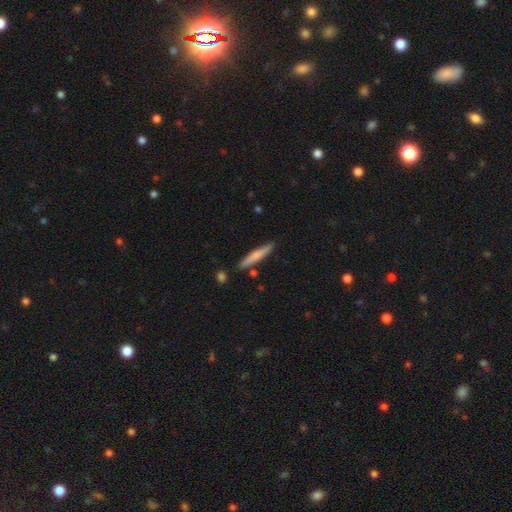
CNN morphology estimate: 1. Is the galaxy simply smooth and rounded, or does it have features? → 65% smooth, 30% featured or disk, 6% star or artifact.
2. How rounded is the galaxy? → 91% cigar-shaped, 7% in between, 1% round.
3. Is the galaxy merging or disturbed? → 84% none, 10% minor disturbance, 4% merger, 2% major disturbance.